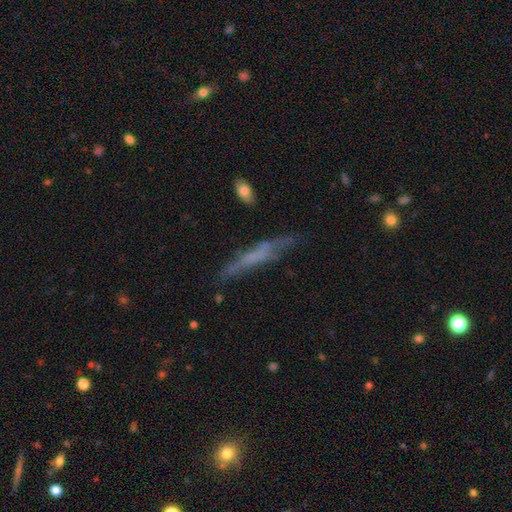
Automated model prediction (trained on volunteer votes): Q: Smooth or featured?
A: featured or disk (46%); runner-up: smooth (43%)
Q: Merging?
A: none (58%); runner-up: minor disturbance (26%)